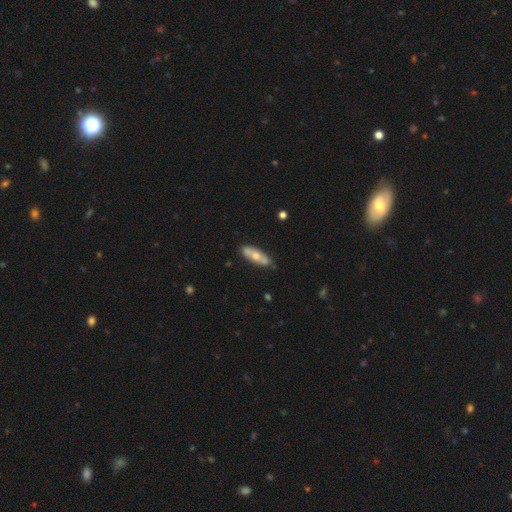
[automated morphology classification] Smooth or featured? smooth (50%)
How rounded? in between (60%)
Merging? none (76%)